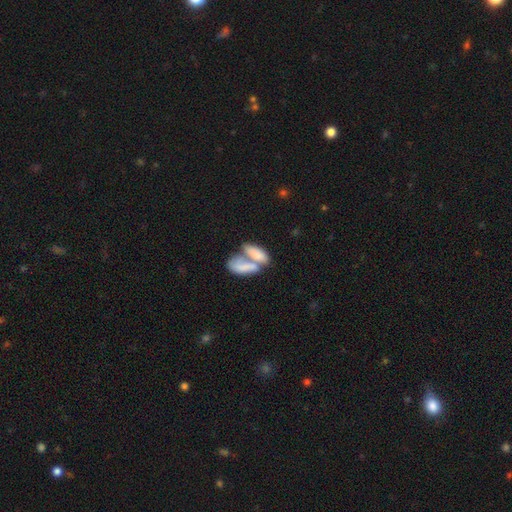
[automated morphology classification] Overall: smooth (74%). How rounded: in between (85%). Merging: merger (71%).